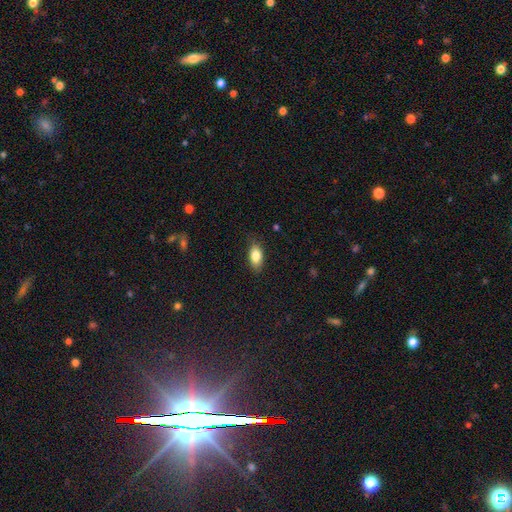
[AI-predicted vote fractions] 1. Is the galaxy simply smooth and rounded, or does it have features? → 83% smooth, 10% featured or disk, 8% star or artifact.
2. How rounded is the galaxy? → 88% in between, 7% cigar-shaped, 5% round.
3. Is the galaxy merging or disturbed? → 83% none, 14% minor disturbance, 3% major disturbance, 1% merger.